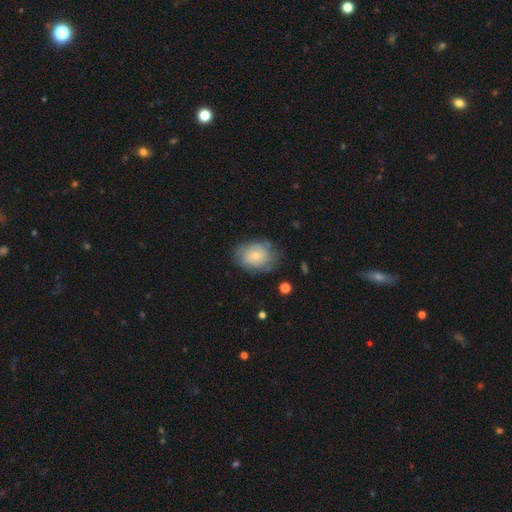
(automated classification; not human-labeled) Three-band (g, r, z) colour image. It shows a smooth galaxy with no disk features (51%) that is in between round and cigar-shaped (55%). Merging: none (68%).